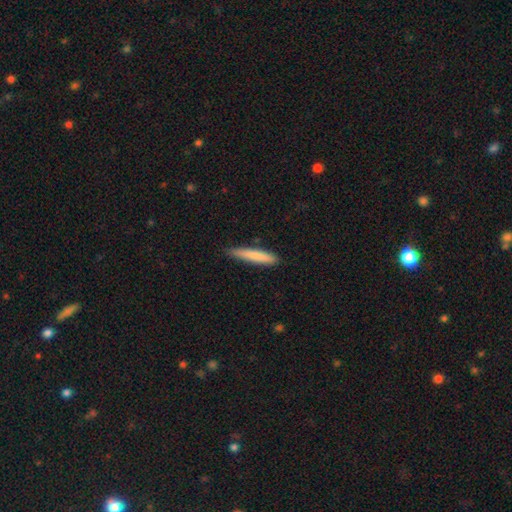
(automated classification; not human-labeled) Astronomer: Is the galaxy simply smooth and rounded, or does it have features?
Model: smooth — 80%.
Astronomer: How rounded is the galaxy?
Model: cigar-shaped — 92%.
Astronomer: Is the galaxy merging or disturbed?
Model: none — 83%.